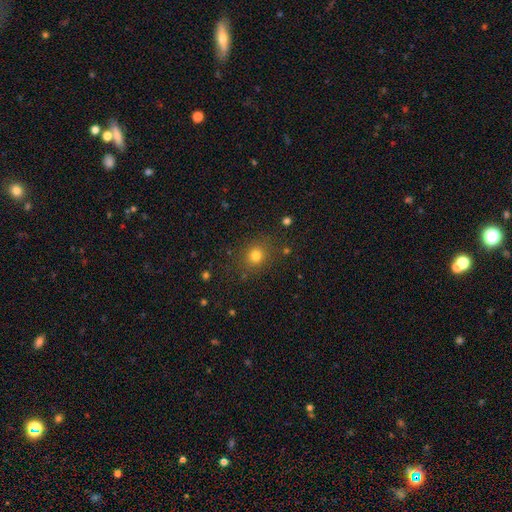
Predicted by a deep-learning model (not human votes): Smooth or featured? Predicted: smooth (p=0.77). How rounded? Predicted: round (p=0.77). Merging? Predicted: none (p=0.83).